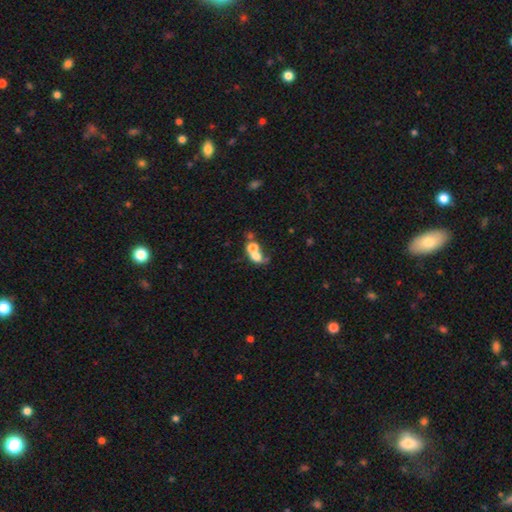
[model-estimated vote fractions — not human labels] This is likely a smooth galaxy (65%). How rounded: possibly round (53%). Merging: likely merger (68%).